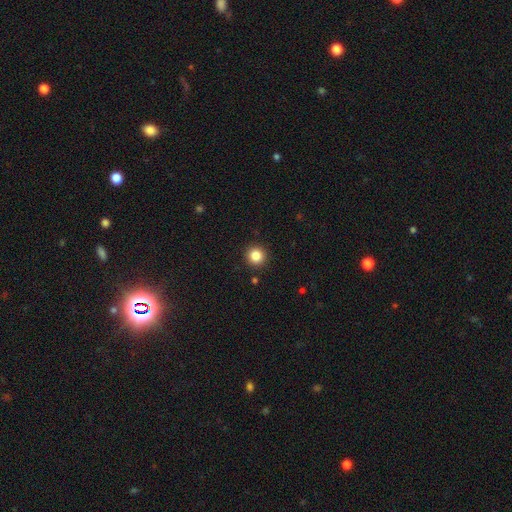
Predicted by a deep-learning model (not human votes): Smooth or featured? smooth (85%)
How rounded? round (95%)
Merging? none (93%)